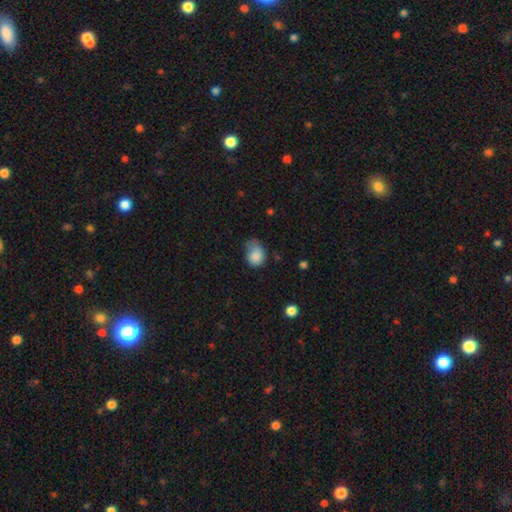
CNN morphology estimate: smooth_or_featured: smooth (p=0.83) [alt: star or artifact p=0.09]
how_rounded: in between (p=0.55) [alt: round p=0.44]
merging: minor disturbance (p=0.41) [alt: none p=0.31]